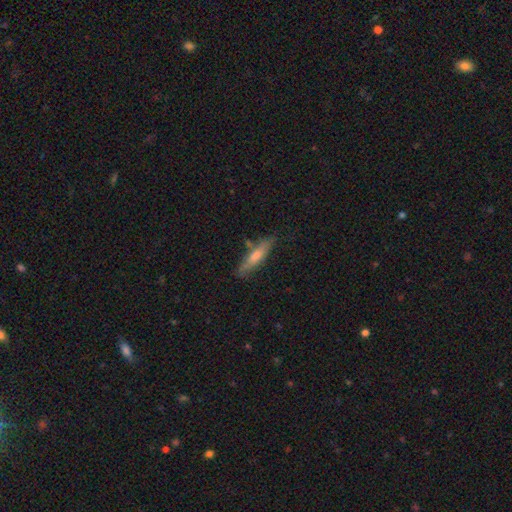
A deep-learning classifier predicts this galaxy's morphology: A smooth galaxy with no disk features (57%) that is cigar-shaped (84%).

Vote fractions:
- Smooth or featured? smooth: 57% / featured or disk: 36% / star or artifact: 7%
- How rounded? cigar-shaped: 84% / in between: 15% / round: 2%
- Merging? none: 78% / minor disturbance: 15% / merger: 4% / major disturbance: 3%